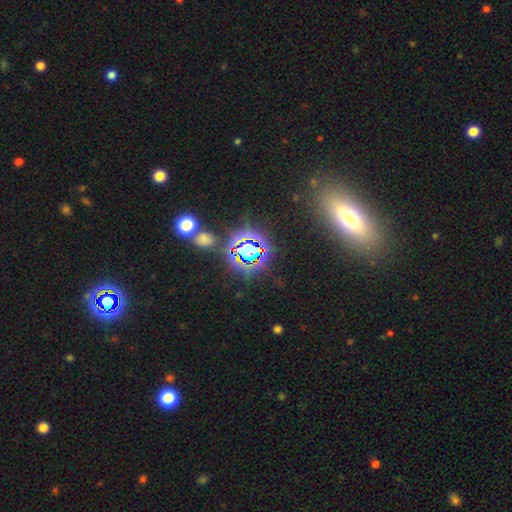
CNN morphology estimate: The model was most divided on "smooth or featured": star or artifact: 74%, smooth: 17%, featured or disk: 9%.